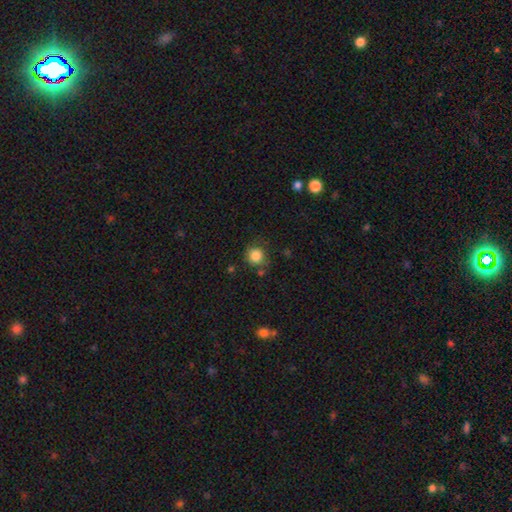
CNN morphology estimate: Smooth or featured?
  - smooth: 85% *
  - star or artifact: 10%
  - featured or disk: 5%
How rounded?
  - round: 89% *
  - in between: 10%
  - cigar-shaped: 1%
Merging?
  - none: 75% *
  - minor disturbance: 15%
  - merger: 5%
  - major disturbance: 5%